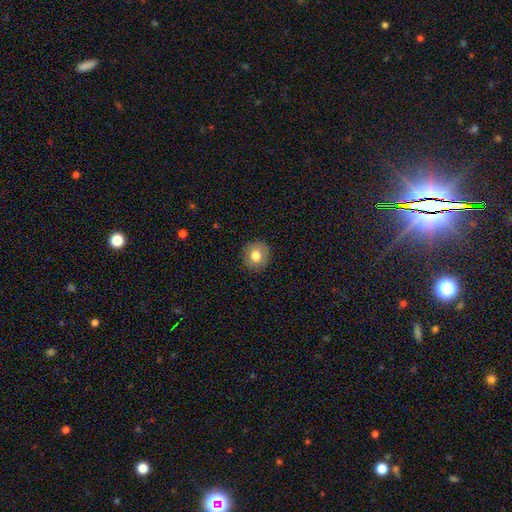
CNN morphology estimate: A smooth galaxy with no disk features (77%) that is round (89%).

Vote fractions:
- Smooth or featured? smooth: 77% / featured or disk: 13% / star or artifact: 9%
- How rounded? round: 89% / in between: 10% / cigar-shaped: 1%
- Merging? none: 89% / minor disturbance: 8% / major disturbance: 2% / merger: 1%